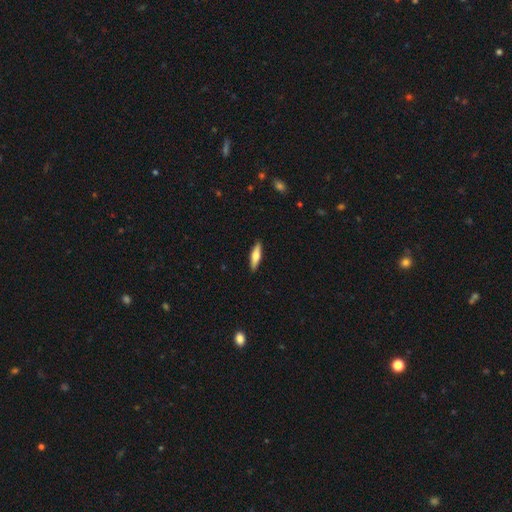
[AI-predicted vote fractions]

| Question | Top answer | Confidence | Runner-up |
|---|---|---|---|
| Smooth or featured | smooth | 64% | featured or disk (31%) |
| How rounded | cigar-shaped | 70% | in between (28%) |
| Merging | none | 90% | minor disturbance (7%) |